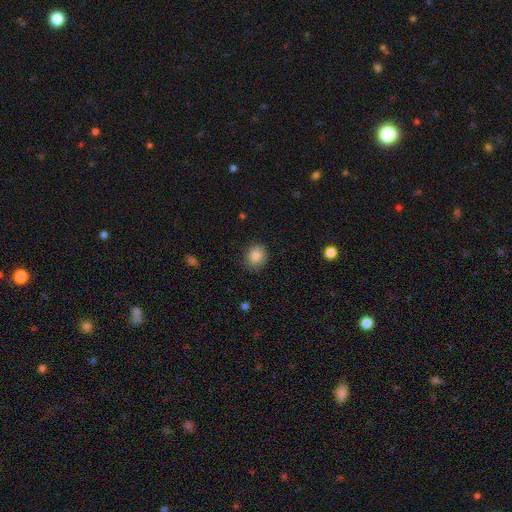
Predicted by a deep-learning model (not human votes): Overall: smooth (85%). How rounded: round (74%). Merging: none (83%).